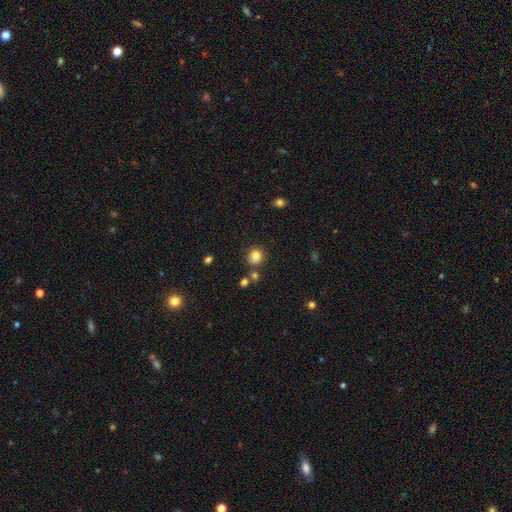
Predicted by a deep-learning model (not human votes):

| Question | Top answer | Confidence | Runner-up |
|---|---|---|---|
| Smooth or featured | smooth | 81% | star or artifact (12%) |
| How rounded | round | 79% | in between (20%) |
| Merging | none | 76% | minor disturbance (13%) |